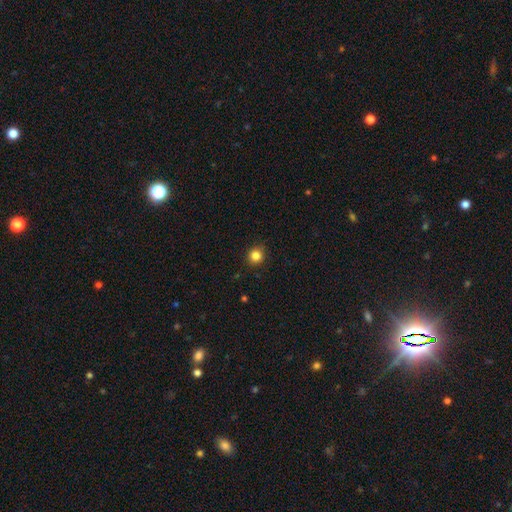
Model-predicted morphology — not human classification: Smooth or featured: smooth — 84% (star or artifact — 12%)
How rounded: round — 90% (in between — 9%)
Merging: none — 90% (minor disturbance — 7%)